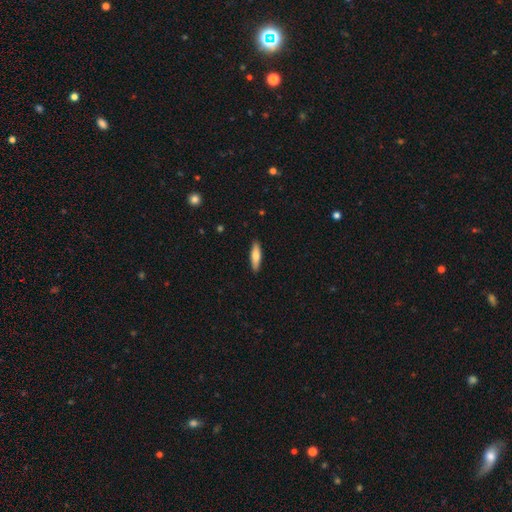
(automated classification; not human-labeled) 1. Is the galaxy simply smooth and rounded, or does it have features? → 72% smooth, 22% featured or disk, 5% star or artifact.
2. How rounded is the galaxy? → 67% cigar-shaped, 31% in between, 2% round.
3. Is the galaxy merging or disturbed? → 89% none, 8% minor disturbance, 2% major disturbance, 1% merger.